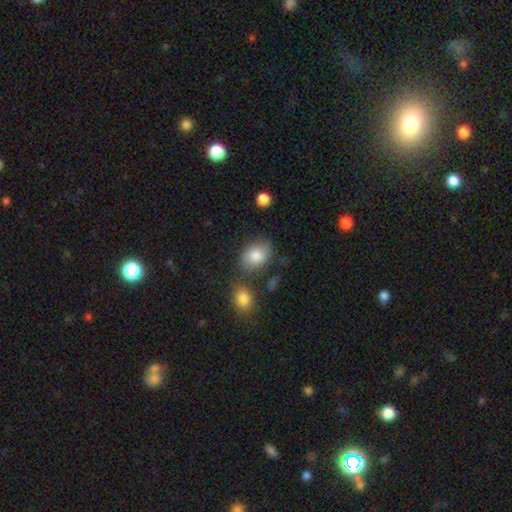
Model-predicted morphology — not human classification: A smooth galaxy with no disk features (81%) that is in between round and cigar-shaped (72%).

Vote fractions:
- Smooth or featured? smooth: 81% / featured or disk: 11% / star or artifact: 7%
- How rounded? in between: 72% / round: 27% / cigar-shaped: 1%
- Merging? none: 68% / minor disturbance: 17% / merger: 10% / major disturbance: 6%